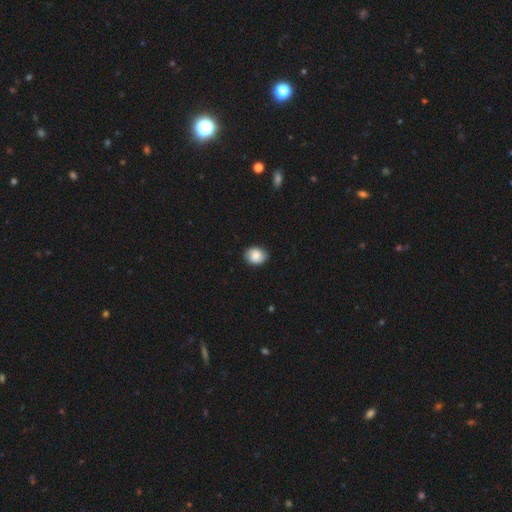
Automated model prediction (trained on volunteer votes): smooth_or_featured: smooth (p=0.82) [alt: featured or disk p=0.10]
how_rounded: in between (p=0.53) [alt: round p=0.46]
merging: none (p=0.85) [alt: minor disturbance p=0.12]